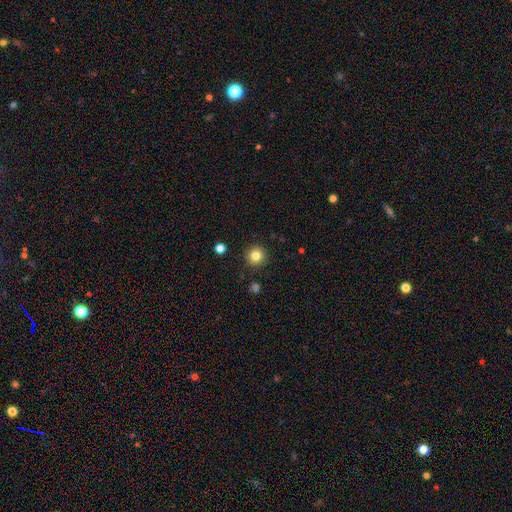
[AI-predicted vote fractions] smooth-or-featured: smooth: 82% | star or artifact: 12% | featured or disk: 6%
  how-rounded: round: 95% | in between: 4% | cigar-shaped: 1%
  merging: none: 91% | minor disturbance: 6% | major disturbance: 2% | merger: 1%